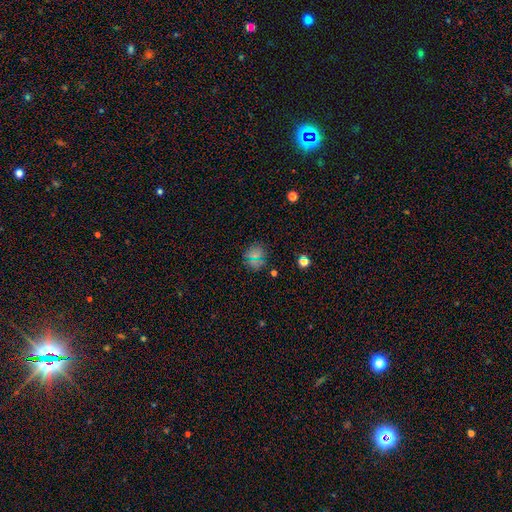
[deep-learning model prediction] smooth_or_featured: smooth (p=0.68) [alt: star or artifact p=0.25]
how_rounded: round (p=0.87) [alt: in between p=0.11]
merging: none (p=0.86) [alt: minor disturbance p=0.09]